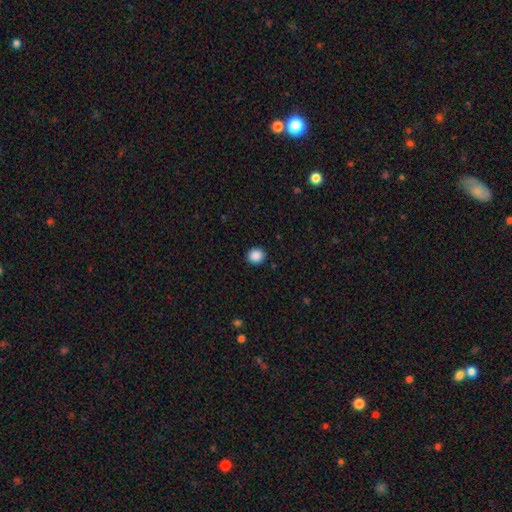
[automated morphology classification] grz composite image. It shows a smooth galaxy with no disk features (88%) that is round (88%). Merging: none (91%).